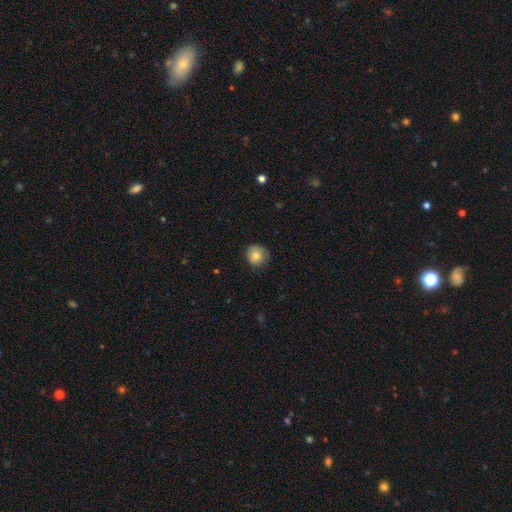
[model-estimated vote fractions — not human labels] smooth_or_featured: smooth (p=0.77) [alt: featured or disk p=0.15]
how_rounded: round (p=0.89) [alt: in between p=0.10]
merging: none (p=0.74) [alt: minor disturbance p=0.21]